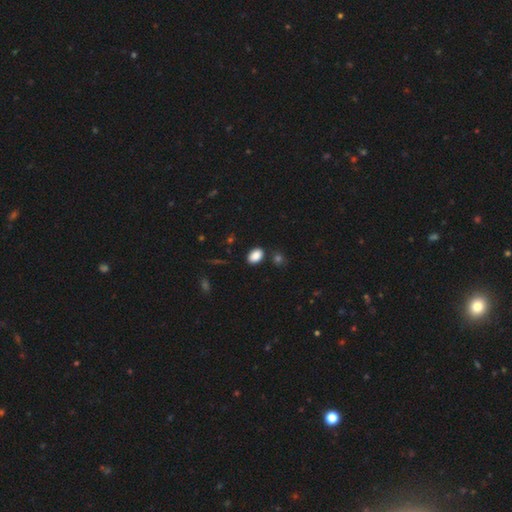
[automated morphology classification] A smooth galaxy with no disk features (87%) that is in between round and cigar-shaped (83%).

Vote fractions:
- Smooth or featured? smooth: 87% / star or artifact: 9% / featured or disk: 4%
- How rounded? in between: 83% / round: 16% / cigar-shaped: 1%
- Merging? none: 83% / minor disturbance: 10% / merger: 4% / major disturbance: 3%